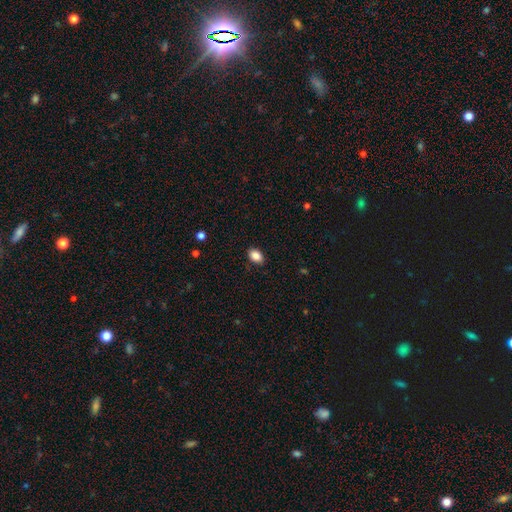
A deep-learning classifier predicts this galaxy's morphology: Smooth or featured?
  - smooth: 88% *
  - star or artifact: 8%
  - featured or disk: 4%
How rounded?
  - in between: 83% *
  - round: 16%
  - cigar-shaped: 1%
Merging?
  - none: 88% *
  - minor disturbance: 9%
  - major disturbance: 2%
  - merger: 1%